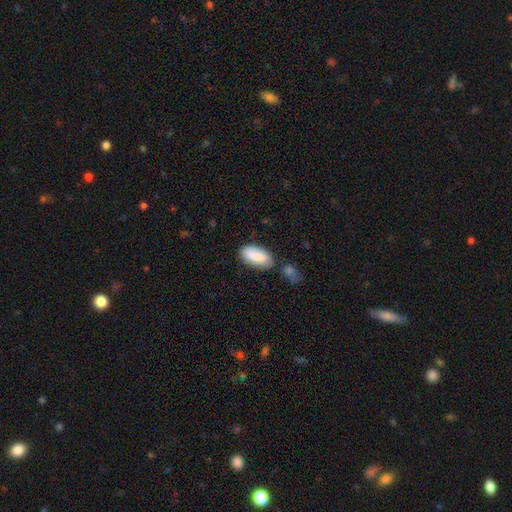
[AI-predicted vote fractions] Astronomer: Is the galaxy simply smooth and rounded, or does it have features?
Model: smooth — 82%.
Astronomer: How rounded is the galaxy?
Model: in between — 93%.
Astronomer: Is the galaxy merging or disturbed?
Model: none — 65%.